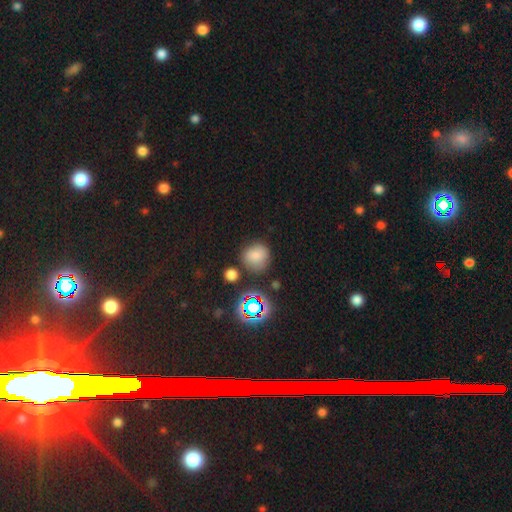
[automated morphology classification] Smooth or featured? Predicted: smooth (p=0.73). How rounded? Predicted: round (p=0.85). Merging? Predicted: none (p=0.73).